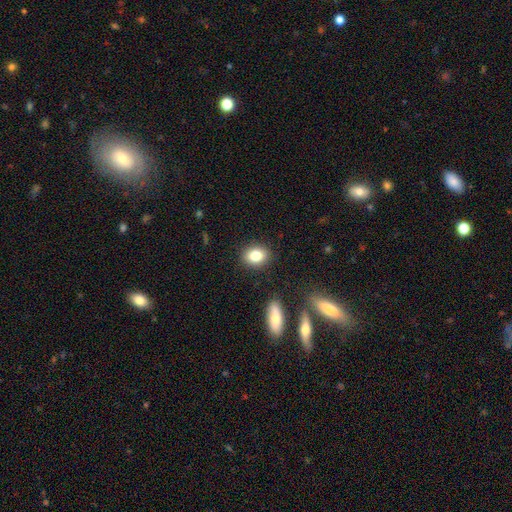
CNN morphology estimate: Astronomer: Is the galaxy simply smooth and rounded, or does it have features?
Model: smooth — 81%.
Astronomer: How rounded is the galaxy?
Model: in between — 54% (runner-up: round, 44%).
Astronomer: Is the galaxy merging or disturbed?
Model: none — 87%.